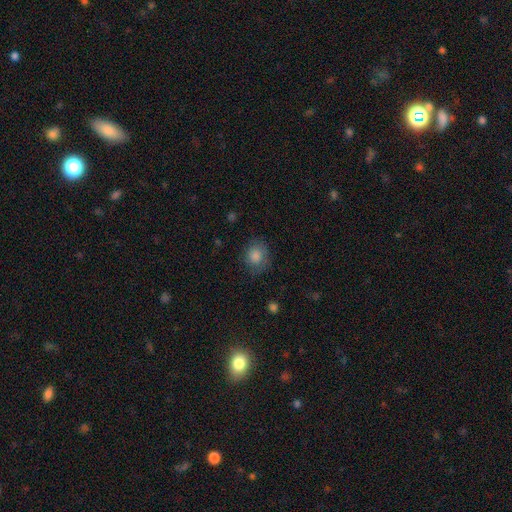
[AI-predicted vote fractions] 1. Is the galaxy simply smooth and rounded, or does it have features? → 83% smooth, 9% star or artifact, 8% featured or disk.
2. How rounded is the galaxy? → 75% round, 24% in between, 1% cigar-shaped.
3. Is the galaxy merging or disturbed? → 73% none, 19% minor disturbance, 7% major disturbance, 1% merger.